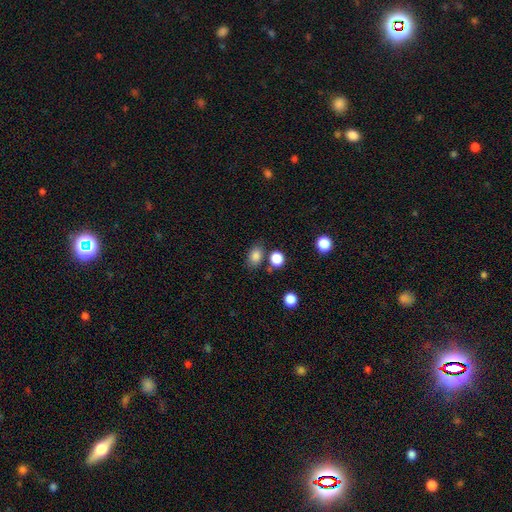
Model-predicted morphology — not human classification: smooth 84%, star or artifact 11%, featured or disk 5%. Down the decision tree: how rounded — in between (70%); merging — none (72%).